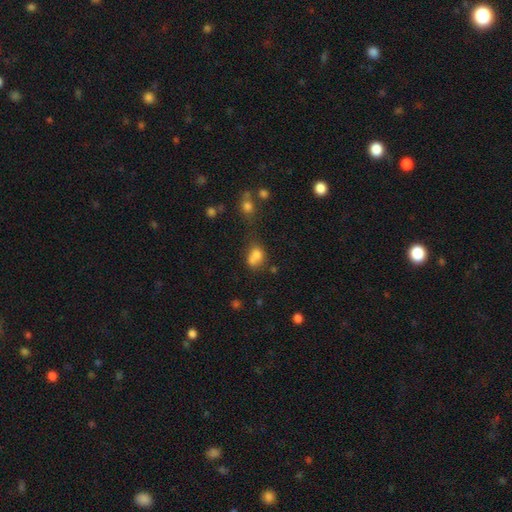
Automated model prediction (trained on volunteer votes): Smooth or featured: smooth — 73% (featured or disk — 14%)
How rounded: round — 53% (in between — 45%)
Merging: merger — 49% (none — 30%)